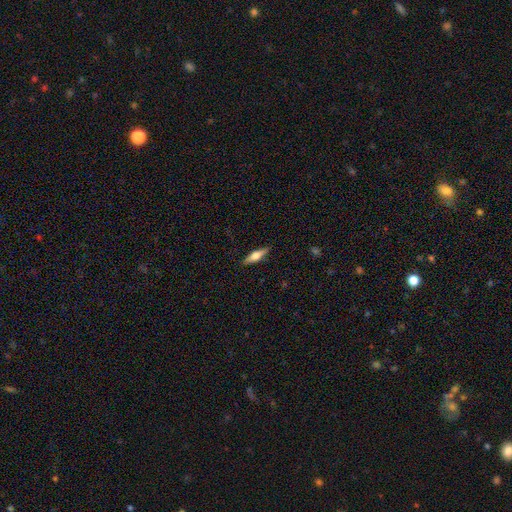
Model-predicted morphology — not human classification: smooth-or-featured: smooth: 48% | featured or disk: 46% | star or artifact: 6%
  merging: none: 87% | minor disturbance: 9% | major disturbance: 2% | merger: 1%